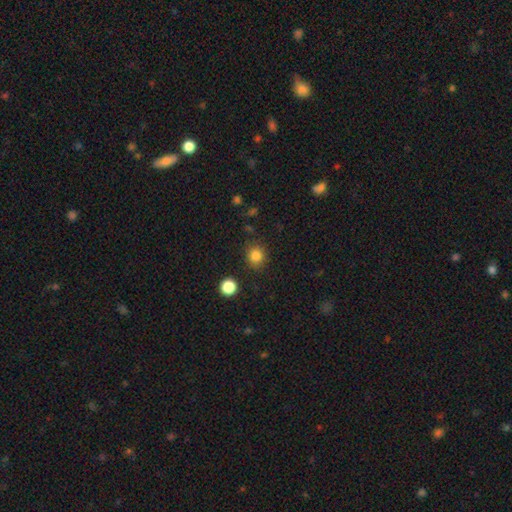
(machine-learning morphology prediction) Smooth or featured: smooth — 84% (star or artifact — 12%)
How rounded: round — 87% (in between — 12%)
Merging: none — 86% (minor disturbance — 9%)